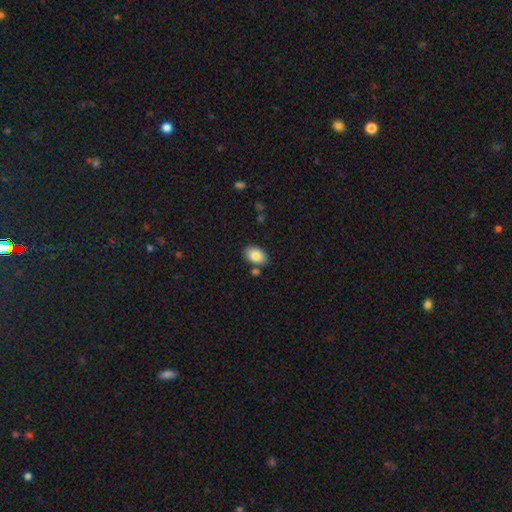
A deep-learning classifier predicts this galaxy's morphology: A smooth galaxy with no disk features (86%) that is in between round and cigar-shaped (88%). Merging: none (78%).